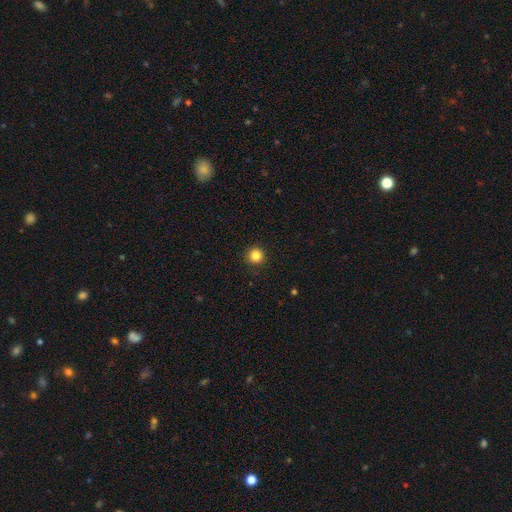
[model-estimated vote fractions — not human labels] smooth_or_featured: smooth (p=0.84) [alt: star or artifact p=0.12]
how_rounded: round (p=0.96) [alt: in between p=0.03]
merging: none (p=0.92) [alt: minor disturbance p=0.05]